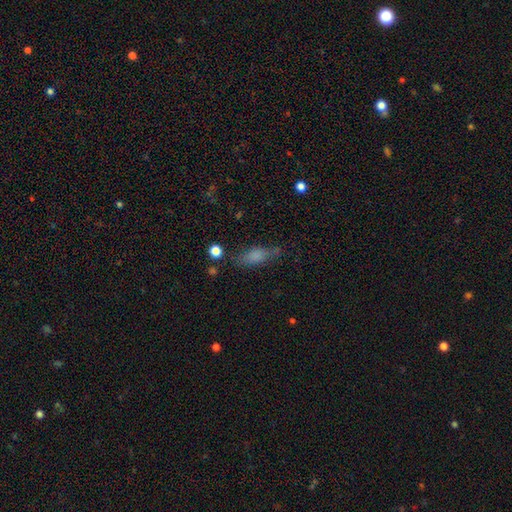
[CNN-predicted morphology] The model was most divided on "how rounded": in between: 66%, cigar-shaped: 29%, round: 5%. More confident: smooth or featured — smooth (71%); merging — none (61%).